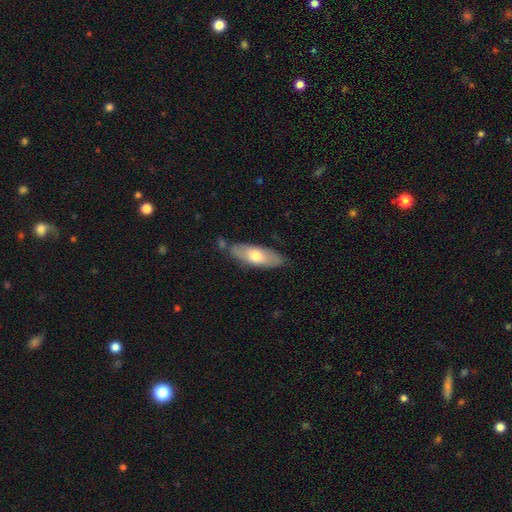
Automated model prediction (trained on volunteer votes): The model was most divided on "smooth or featured": smooth: 63%, featured or disk: 31%, star or artifact: 6%. More confident: merging — none (75%); how rounded — in between (66%).